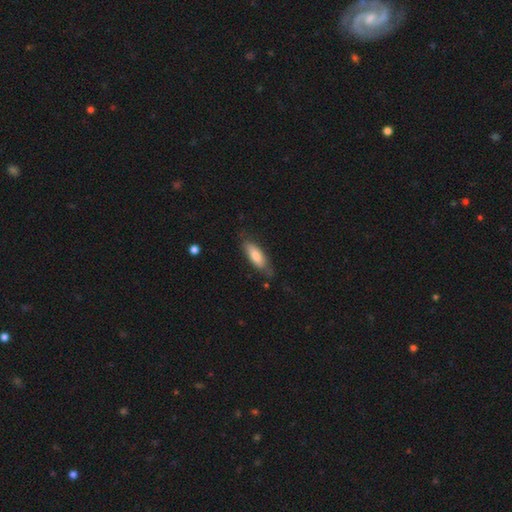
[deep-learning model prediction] Smooth or featured? smooth (75%)
How rounded? in between (59%)
Merging? none (71%)